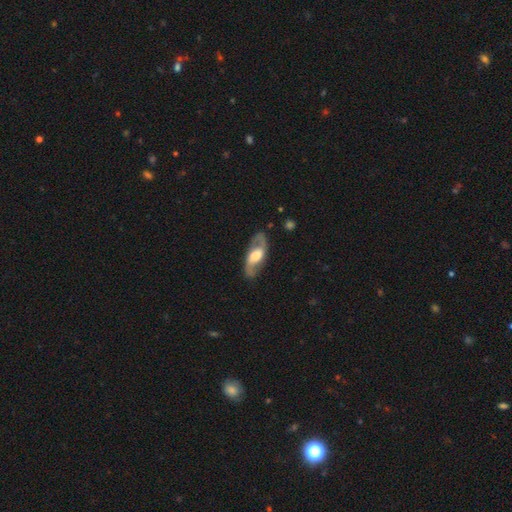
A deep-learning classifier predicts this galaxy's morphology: Smooth or featured? Predicted: featured or disk (p=0.75). Edge-on disk? Predicted: no (p=0.85). Bar? Predicted: no (p=0.45). Spiral arms? Predicted: yes (p=0.84). Spiral winding? Predicted: medium (p=0.44). Spiral arm count? Predicted: 2 (p=0.90). Bulge size? Predicted: large (p=0.54). Merging? Predicted: none (p=0.79).